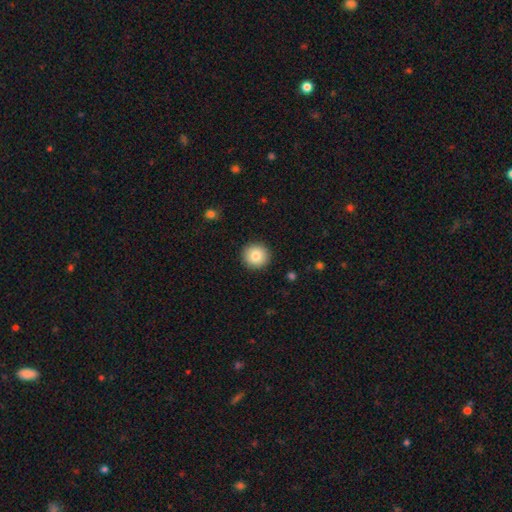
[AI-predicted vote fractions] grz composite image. It shows a smooth galaxy with no disk features (84%) that is round (94%). Merging: none (92%).